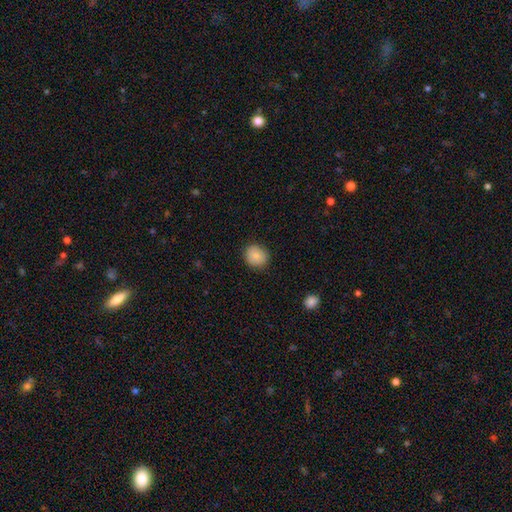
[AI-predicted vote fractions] Smooth or featured: smooth — 84% (star or artifact — 8%)
How rounded: round — 78% (in between — 21%)
Merging: none — 88% (minor disturbance — 9%)